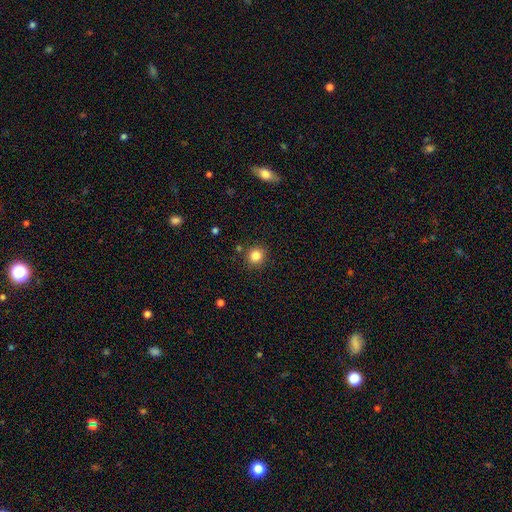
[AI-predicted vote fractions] Smooth or featured: smooth — 84% (star or artifact — 11%)
How rounded: round — 91% (in between — 8%)
Merging: none — 87% (minor disturbance — 8%)